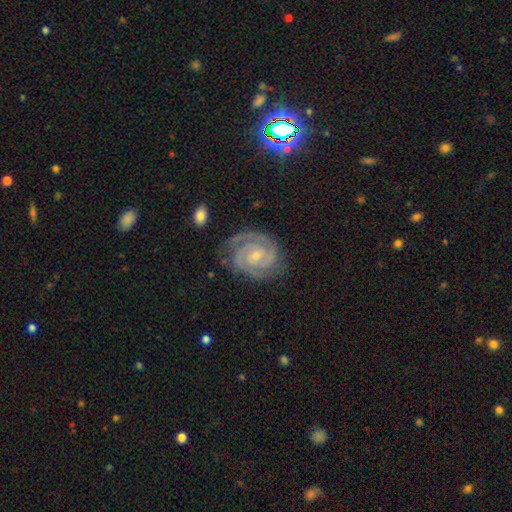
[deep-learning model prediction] This appears to be a featured or disk galaxy (91%) with no bar (51%), 2 (69%) tight (76%) spiral arms (98%) and a small central bulge (71%). Merging: none (78%).